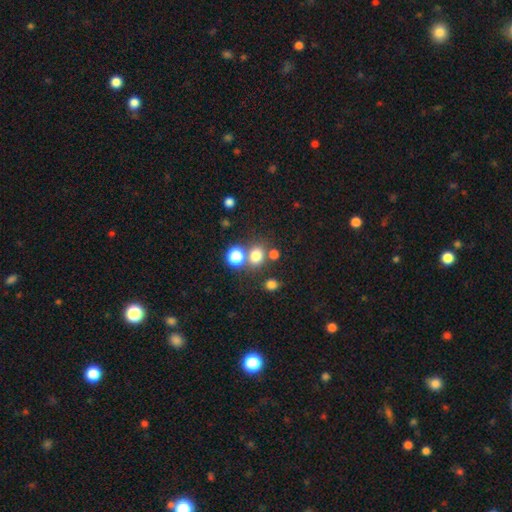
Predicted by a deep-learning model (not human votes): Smooth or featured? smooth (73%)
How rounded? round (70%)
Merging? none (65%)